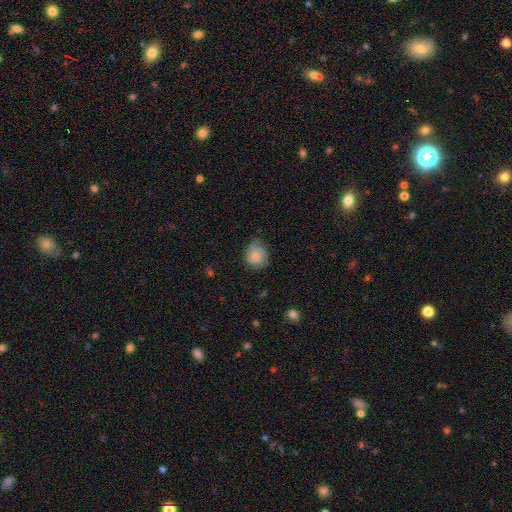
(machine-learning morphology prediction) smooth 69%, featured or disk 24%, star or artifact 8%. Down the decision tree: how rounded — round (70%); merging — none (59%).